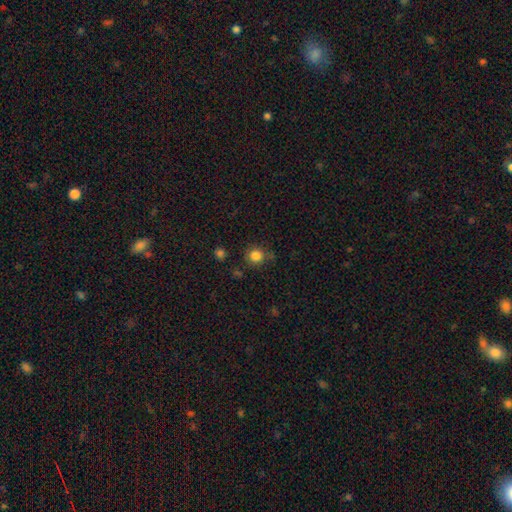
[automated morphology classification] smooth-or-featured: smooth: 83% | star or artifact: 12% | featured or disk: 5%
  how-rounded: round: 91% | in between: 8% | cigar-shaped: 1%
  merging: none: 78% | minor disturbance: 14% | major disturbance: 4% | merger: 4%